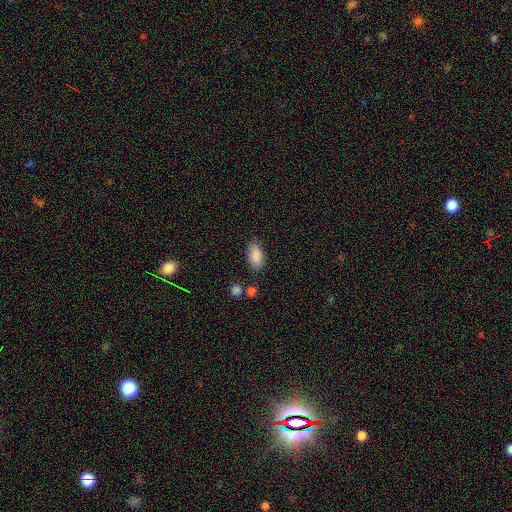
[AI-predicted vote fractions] This appears to be a smooth galaxy with no disk features (88%) that is in between round and cigar-shaped (91%). Merging: none (81%).